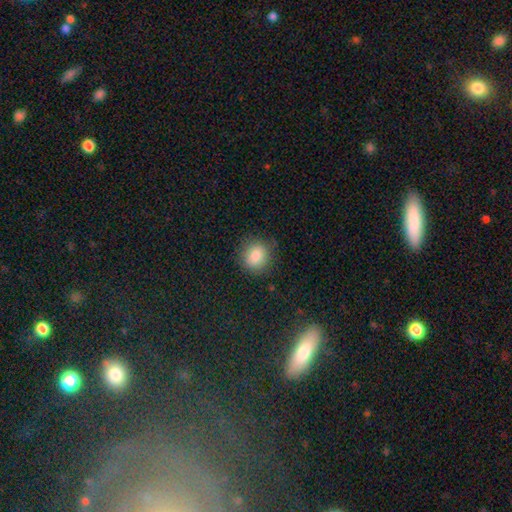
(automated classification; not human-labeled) This is clearly a smooth galaxy (84%). How rounded: likely round (78%). Merging: clearly none (83%).